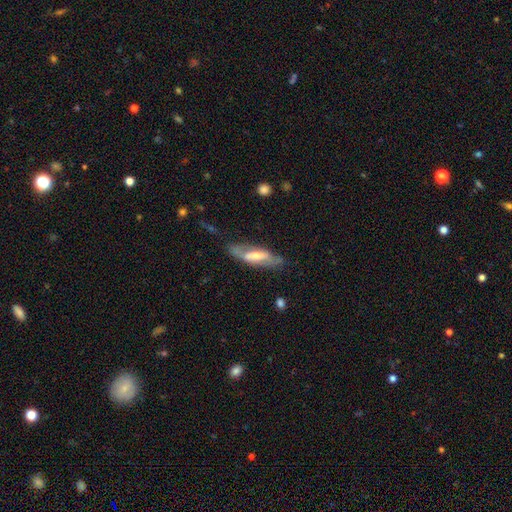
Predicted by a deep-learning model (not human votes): This is likely a featured or disk galaxy (66%). It is likely not viewed edge-on (68%). Merging: likely none (69%).